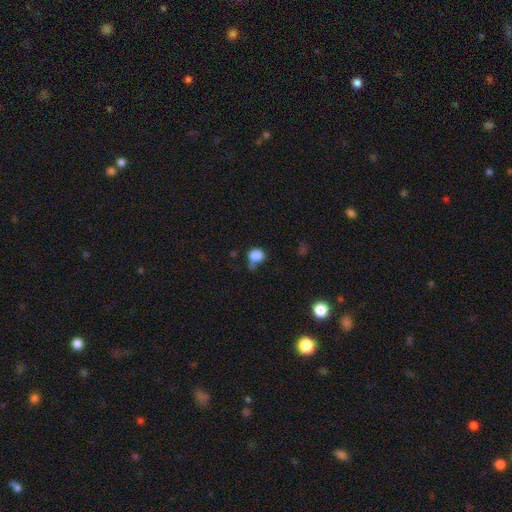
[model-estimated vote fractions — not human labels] smooth_or_featured: smooth (p=0.83) [alt: star or artifact p=0.11]
how_rounded: round (p=0.67) [alt: in between p=0.32]
merging: none (p=0.40) [alt: minor disturbance p=0.31]